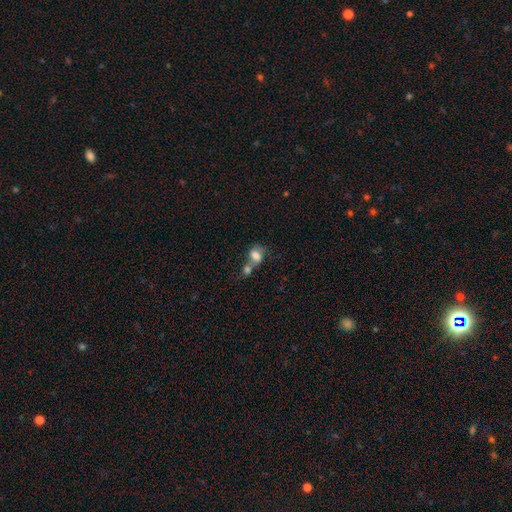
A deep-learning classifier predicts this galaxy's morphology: A smooth galaxy with no disk features (73%) that is in between round and cigar-shaped (66%).

Vote fractions:
- Smooth or featured? smooth: 73% / featured or disk: 17% / star or artifact: 10%
- How rounded? in between: 66% / round: 32% / cigar-shaped: 2%
- Merging? merger: 65% / none: 17% / major disturbance: 9% / minor disturbance: 9%